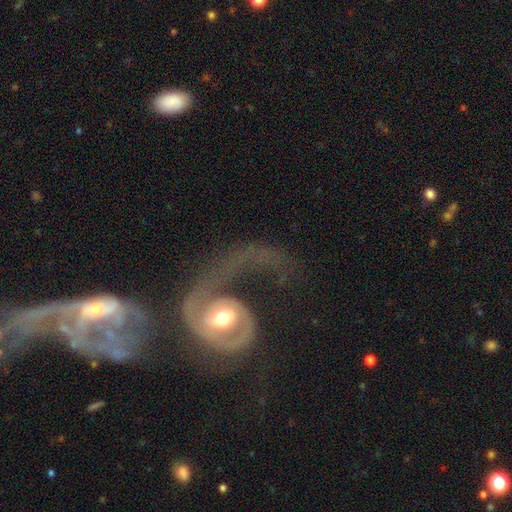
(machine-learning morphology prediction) Smooth or featured? featured or disk (77%)
Edge-on disk? no (96%)
Bar? no (55%)
Spiral arms? yes (83%)
Spiral winding? loose (48%)
Spiral arm count? 1 (56%)
Bulge size? moderate (68%)
Merging? major disturbance (39%)